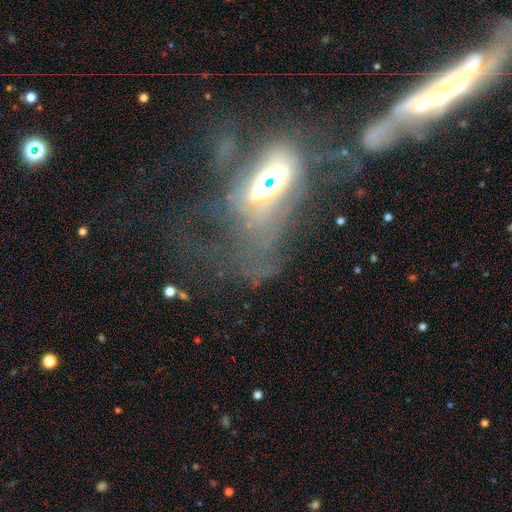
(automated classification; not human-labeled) smooth-or-featured: featured or disk: 52% | star or artifact: 24% | smooth: 24%
  disk-edge-on: no: 85% | yes: 15%
  merging: major disturbance: 40% | merger: 34% | none: 16% | minor disturbance: 10%